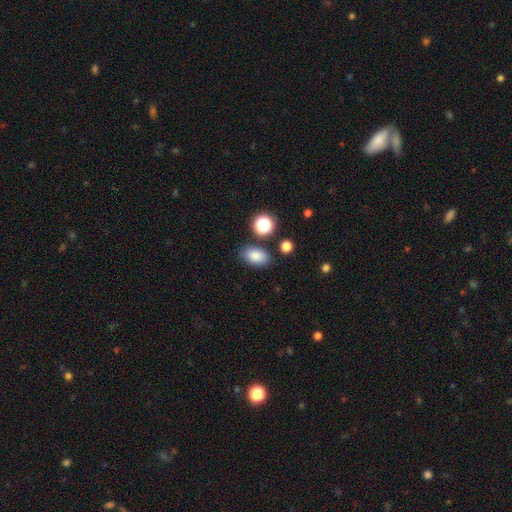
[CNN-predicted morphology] Smooth or featured: smooth — 83% (star or artifact — 11%)
How rounded: in between — 87% (round — 11%)
Merging: none — 80% (minor disturbance — 12%)